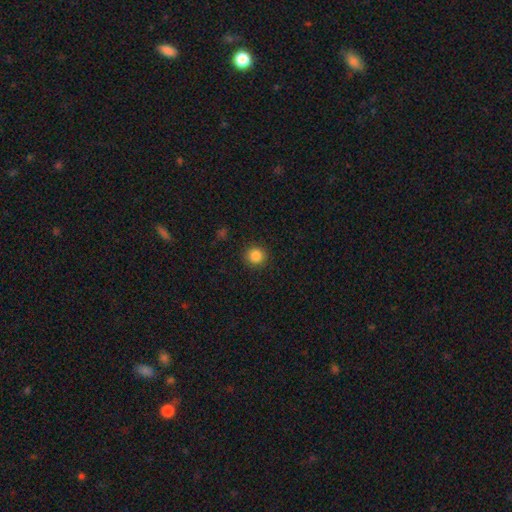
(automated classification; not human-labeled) This is clearly a smooth galaxy (86%). How rounded: clearly round (93%). Merging: clearly none (91%).